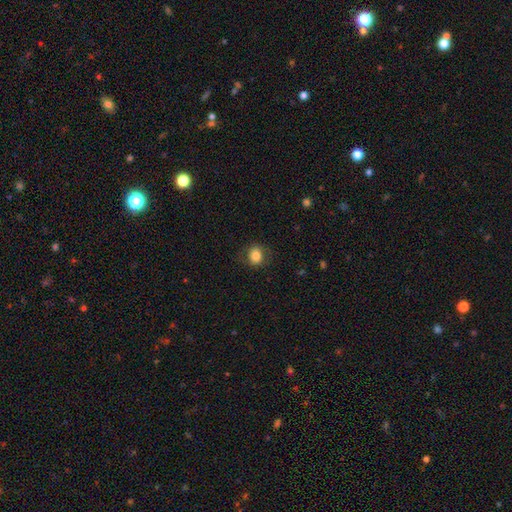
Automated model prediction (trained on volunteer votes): Smooth or featured? smooth (80%)
How rounded? round (63%)
Merging? none (79%)